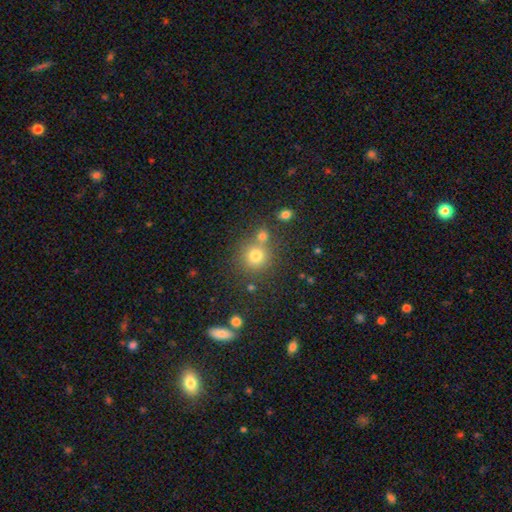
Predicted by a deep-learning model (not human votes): A smooth galaxy with no disk features (76%) that is round (91%).

Vote fractions:
- Smooth or featured? smooth: 76% / star or artifact: 15% / featured or disk: 9%
- How rounded? round: 91% / in between: 8% / cigar-shaped: 1%
- Merging? none: 66% / merger: 21% / minor disturbance: 9% / major disturbance: 4%